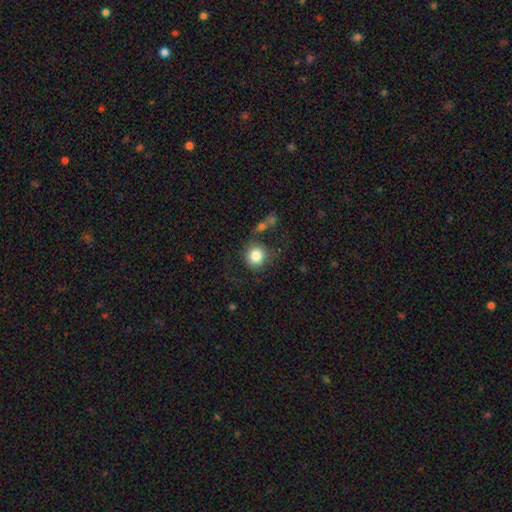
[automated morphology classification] Smooth or featured?
  - smooth: 83% *
  - star or artifact: 9%
  - featured or disk: 8%
How rounded?
  - round: 90% *
  - in between: 9%
  - cigar-shaped: 1%
Merging?
  - none: 67% *
  - minor disturbance: 16%
  - major disturbance: 10%
  - merger: 7%